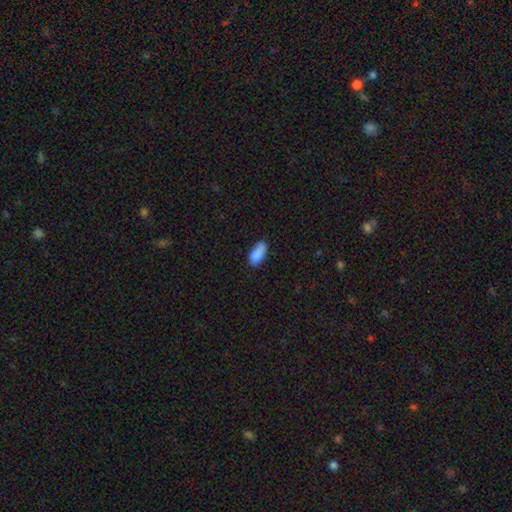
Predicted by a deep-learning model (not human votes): A smooth galaxy with no disk features (83%) that is in between round and cigar-shaped (87%). Merging: none (57%).